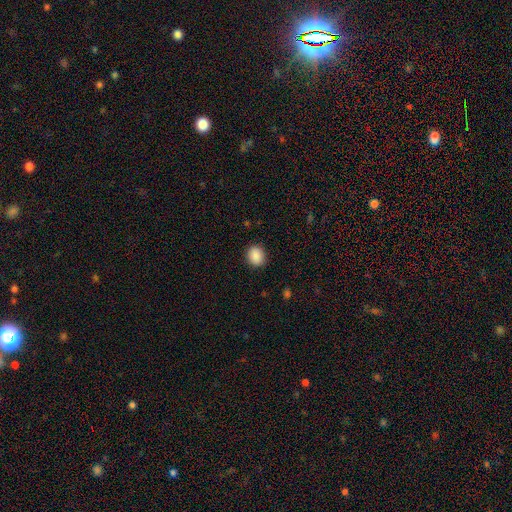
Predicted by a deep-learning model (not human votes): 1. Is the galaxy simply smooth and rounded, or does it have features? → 89% smooth, 8% star or artifact, 3% featured or disk.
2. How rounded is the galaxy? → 64% round, 35% in between, 1% cigar-shaped.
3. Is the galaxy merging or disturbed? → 88% none, 8% minor disturbance, 2% major disturbance, 1% merger.